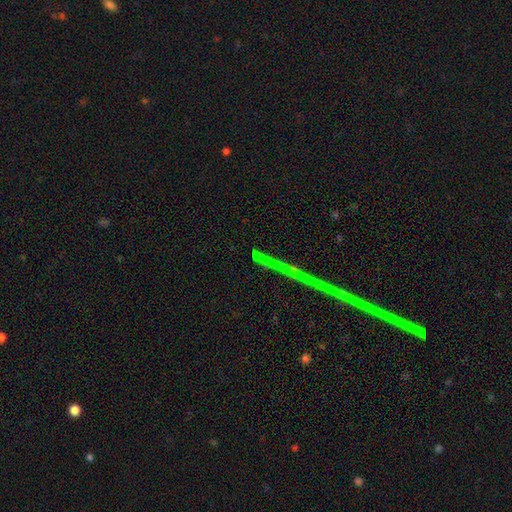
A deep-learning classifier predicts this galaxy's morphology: Smooth or featured?
  - star or artifact: 73% *
  - smooth: 14%
  - featured or disk: 14%